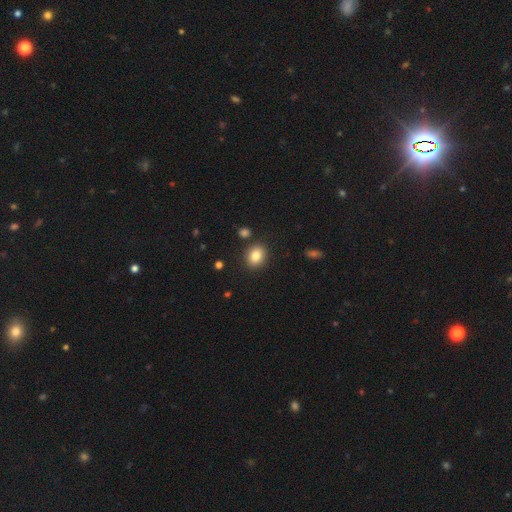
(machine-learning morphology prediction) A smooth galaxy with no disk features (83%) that is round (55%). Merging: none (87%).